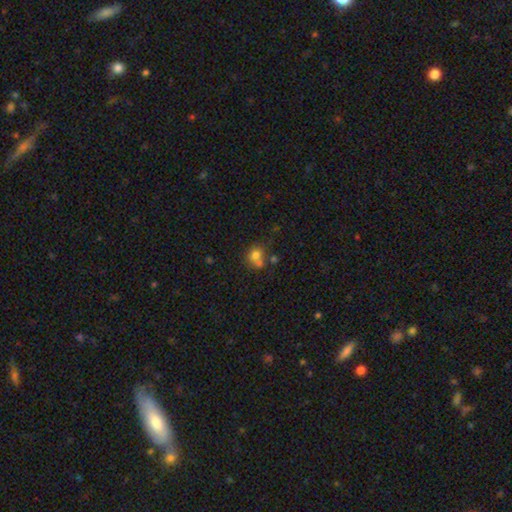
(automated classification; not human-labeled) Morphology: type=smooth (73%); roundness=round (70%); merging=none (42%).